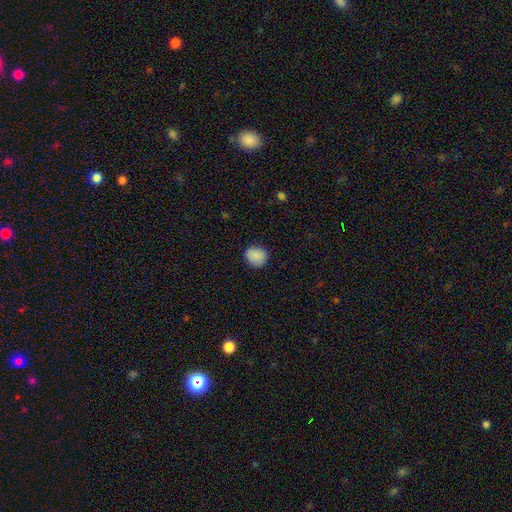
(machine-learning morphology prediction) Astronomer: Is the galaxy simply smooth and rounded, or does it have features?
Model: smooth — 88%.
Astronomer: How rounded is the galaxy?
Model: round — 77%.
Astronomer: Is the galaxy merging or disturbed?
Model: none — 85%.